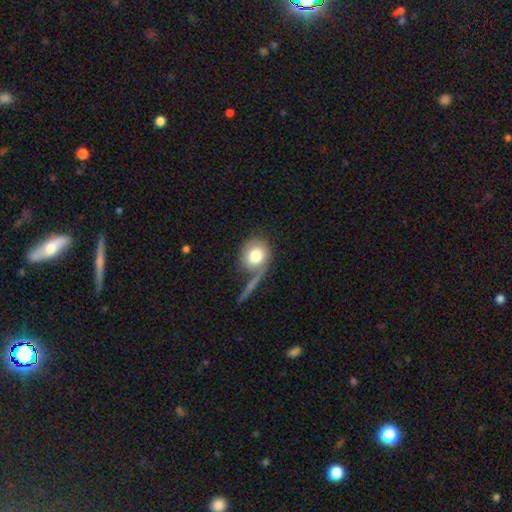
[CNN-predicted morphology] Overall: smooth (75%). How rounded: round (75%). Merging: none (46%; major disturbance 19%).